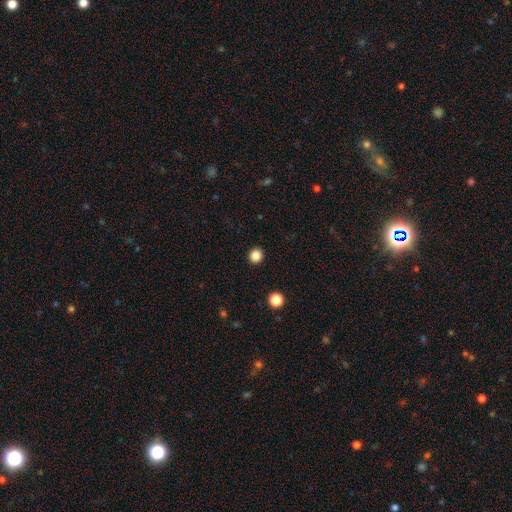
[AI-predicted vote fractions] The model was most divided on "smooth or featured": smooth: 85%, star or artifact: 11%, featured or disk: 3%. More confident: merging — none (93%); how rounded — round (92%).